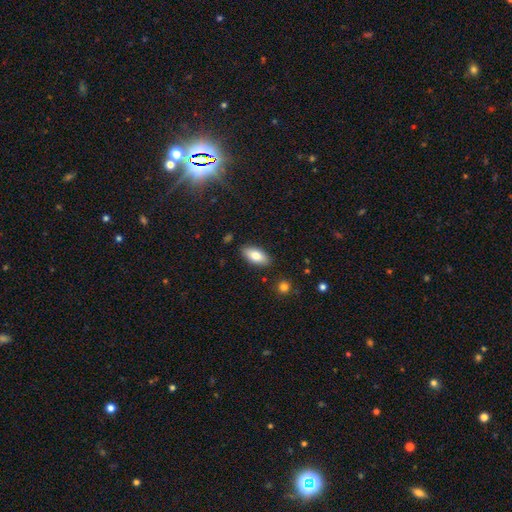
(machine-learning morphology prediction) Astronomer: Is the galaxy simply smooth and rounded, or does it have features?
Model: smooth — 79%.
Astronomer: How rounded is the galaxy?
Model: in between — 87%.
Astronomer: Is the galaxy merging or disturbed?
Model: none — 87%.